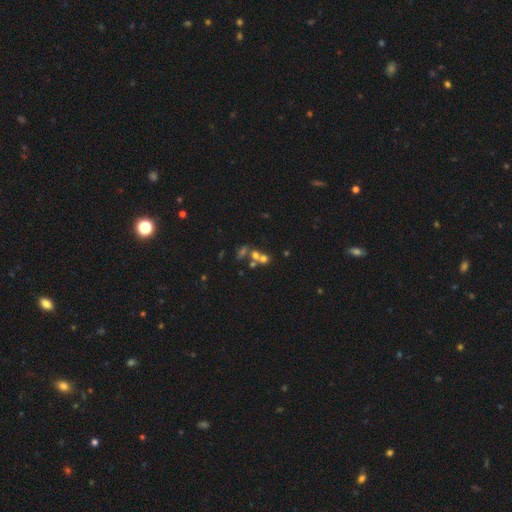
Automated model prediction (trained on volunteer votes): Overall: smooth (51%; star or artifact 25%). How rounded: round (63%; in between 35%). Merging: merger (52%; none 34%).